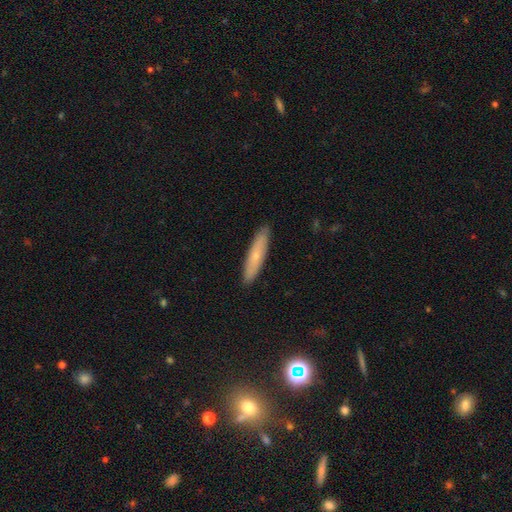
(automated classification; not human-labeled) A smooth galaxy with no disk features (60%) that is cigar-shaped (85%).

Vote fractions:
- Smooth or featured? smooth: 60% / featured or disk: 33% / star or artifact: 7%
- How rounded? cigar-shaped: 85% / in between: 13% / round: 2%
- Merging? none: 90% / minor disturbance: 8% / major disturbance: 1% / merger: 1%